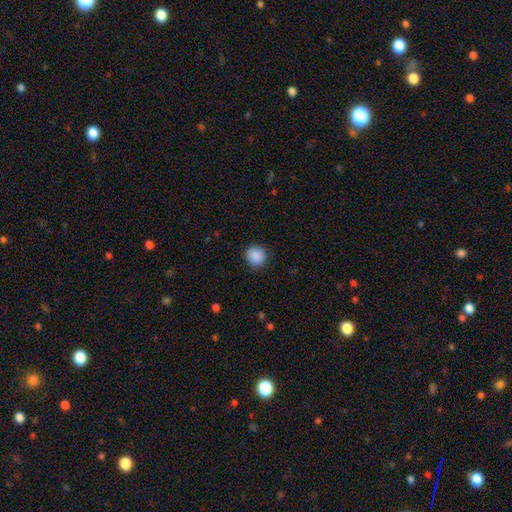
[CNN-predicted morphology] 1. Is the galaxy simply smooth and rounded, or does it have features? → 89% smooth, 8% star or artifact, 3% featured or disk.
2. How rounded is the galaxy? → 84% round, 15% in between, 1% cigar-shaped.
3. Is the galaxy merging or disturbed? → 88% none, 9% minor disturbance, 2% major disturbance, 1% merger.